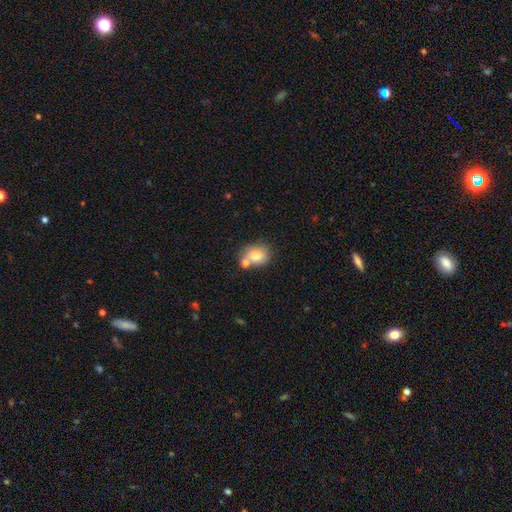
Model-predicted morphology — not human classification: smooth-or-featured: smooth: 79% | featured or disk: 12% | star or artifact: 9%
  how-rounded: round: 55% | in between: 44% | cigar-shaped: 1%
  merging: none: 52% | merger: 30% | minor disturbance: 14% | major disturbance: 4%